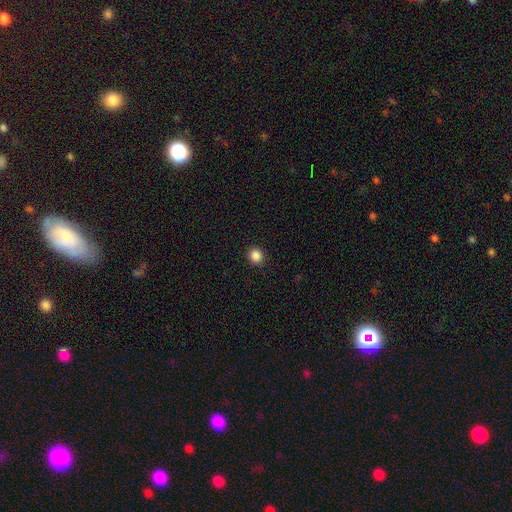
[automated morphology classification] Overall: smooth (87%). How rounded: round (87%). Merging: none (92%).